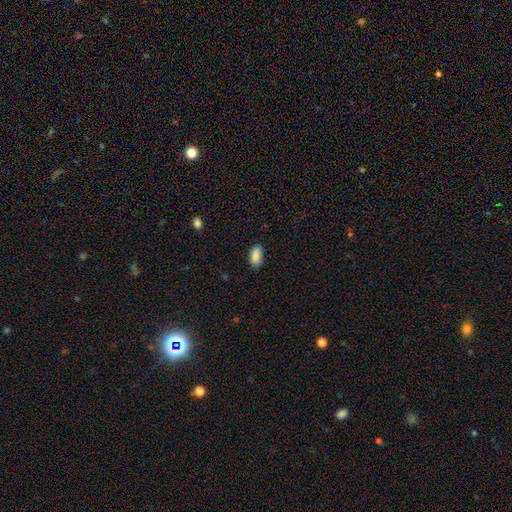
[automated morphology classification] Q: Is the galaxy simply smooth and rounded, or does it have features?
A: smooth — 89%.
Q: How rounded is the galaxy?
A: in between — 93%.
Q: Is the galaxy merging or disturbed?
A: none — 83%.